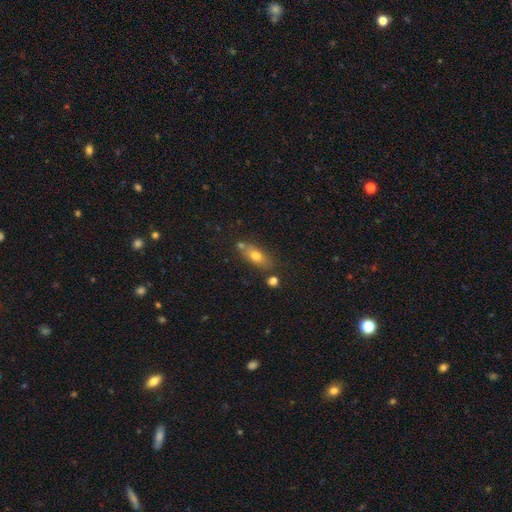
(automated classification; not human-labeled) Q: Smooth or featured?
A: smooth (68%); runner-up: featured or disk (22%)
Q: How rounded?
A: in between (73%); runner-up: cigar-shaped (20%)
Q: Merging?
A: none (69%); runner-up: minor disturbance (15%)